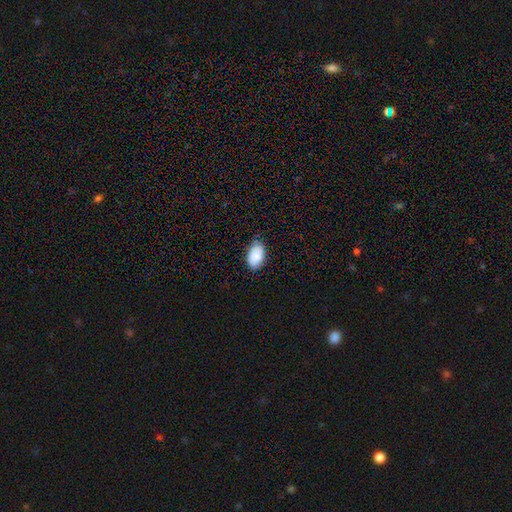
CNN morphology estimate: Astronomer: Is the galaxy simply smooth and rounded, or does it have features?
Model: smooth — 84%.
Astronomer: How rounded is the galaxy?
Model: in between — 93%.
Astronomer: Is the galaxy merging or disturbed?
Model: none — 75%.